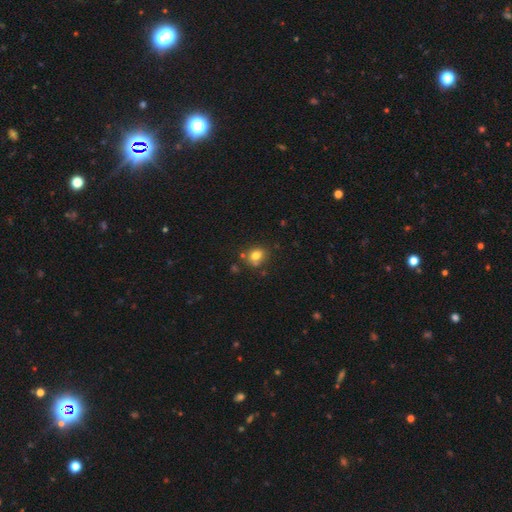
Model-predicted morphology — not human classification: The model was most divided on "how rounded": round: 61%, in between: 38%, cigar-shaped: 1%. More confident: smooth or featured — smooth (77%); merging — none (68%).